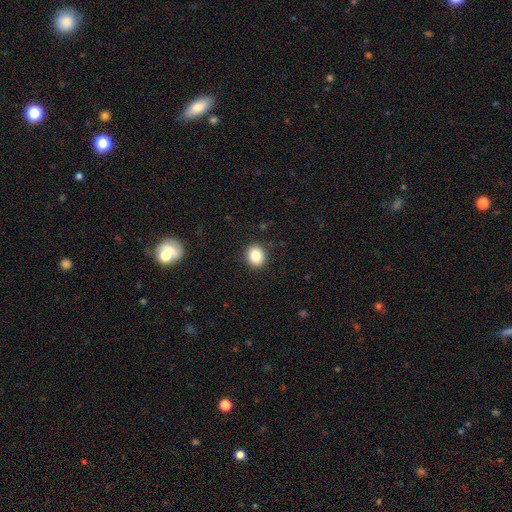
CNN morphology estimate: Smooth or featured? Predicted: smooth (p=0.85). How rounded? Predicted: round (p=0.72). Merging? Predicted: none (p=0.90).